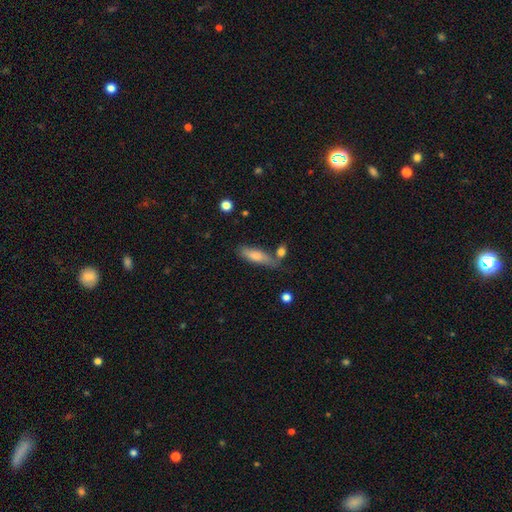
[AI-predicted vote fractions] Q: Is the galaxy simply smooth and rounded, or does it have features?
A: smooth — 69%.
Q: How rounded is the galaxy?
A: cigar-shaped — 60%.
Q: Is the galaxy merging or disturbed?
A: none — 68%.